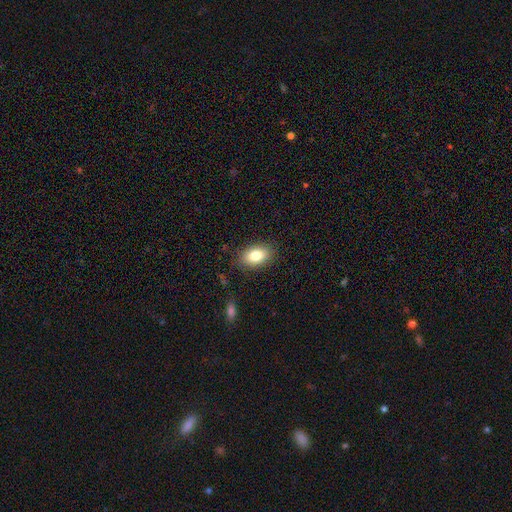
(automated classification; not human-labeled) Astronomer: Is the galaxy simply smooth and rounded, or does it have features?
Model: smooth — 82%.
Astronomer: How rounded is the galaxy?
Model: in between — 89%.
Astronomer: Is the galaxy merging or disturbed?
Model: none — 85%.